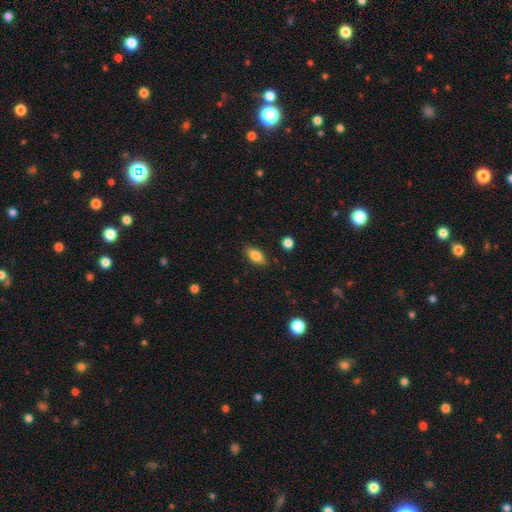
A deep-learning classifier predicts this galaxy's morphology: The model was most divided on "merging": none: 85%, minor disturbance: 11%, major disturbance: 3%, merger: 2%. More confident: how rounded — in between (88%); smooth or featured — smooth (83%).